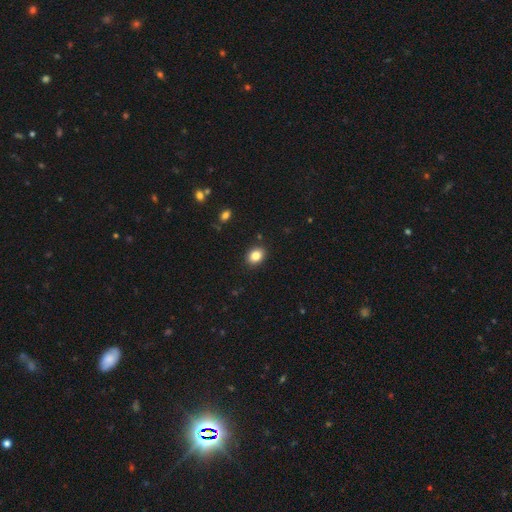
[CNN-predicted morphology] Q: Smooth or featured?
A: smooth (84%); runner-up: star or artifact (10%)
Q: How rounded?
A: in between (60%); runner-up: round (39%)
Q: Merging?
A: none (89%); runner-up: minor disturbance (8%)